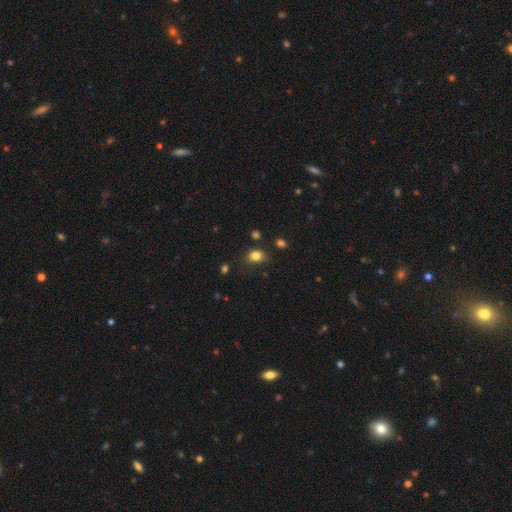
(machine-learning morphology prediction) smooth-or-featured: smooth: 81% | star or artifact: 13% | featured or disk: 6%
  how-rounded: in between: 55% | round: 44% | cigar-shaped: 1%
  merging: none: 71% | minor disturbance: 20% | major disturbance: 6% | merger: 3%